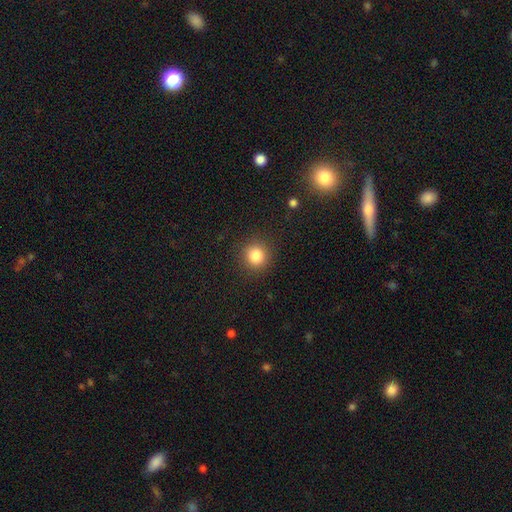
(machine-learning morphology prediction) This is clearly a smooth galaxy (84%). How rounded: clearly round (91%). Merging: clearly none (90%).